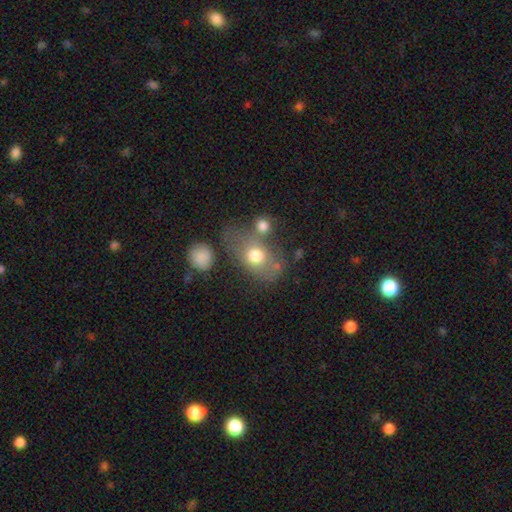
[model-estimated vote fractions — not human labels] Q: Smooth or featured?
A: smooth (67%); runner-up: featured or disk (22%)
Q: How rounded?
A: in between (62%); runner-up: round (36%)
Q: Merging?
A: none (35%); runner-up: merger (28%)